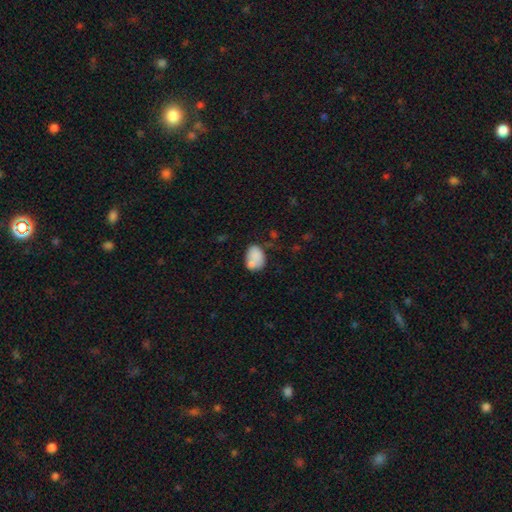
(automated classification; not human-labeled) A smooth galaxy with no disk features (79%) that is in between round and cigar-shaped (74%). Merging: none (44%).